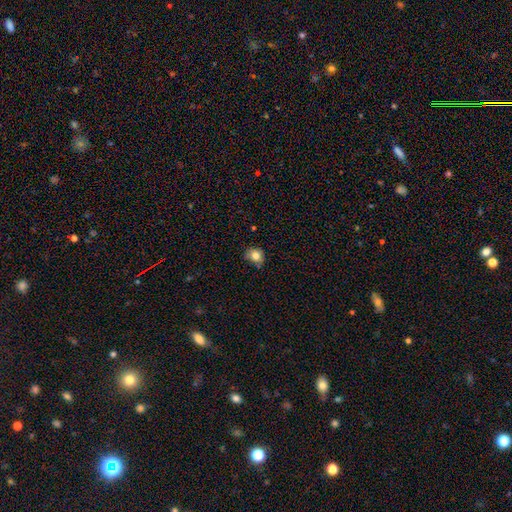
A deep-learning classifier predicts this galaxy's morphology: This is likely a smooth galaxy (79%). How rounded: likely round (76%). Merging: likely none (65%).